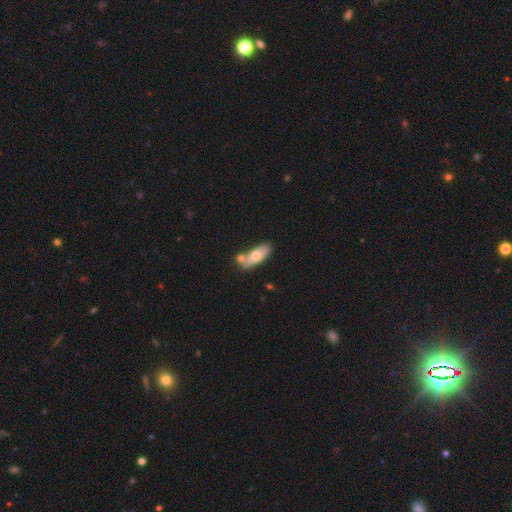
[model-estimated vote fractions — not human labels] Smooth or featured?
  - smooth: 67% *
  - featured or disk: 26%
  - star or artifact: 6%
How rounded?
  - in between: 71% *
  - cigar-shaped: 27%
  - round: 3%
Merging?
  - none: 59% *
  - merger: 20%
  - minor disturbance: 17%
  - major disturbance: 4%